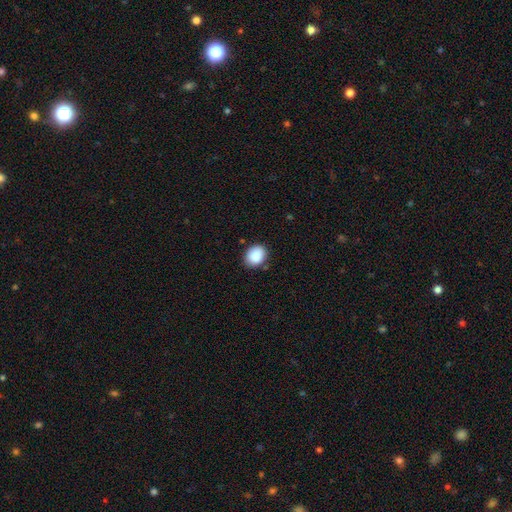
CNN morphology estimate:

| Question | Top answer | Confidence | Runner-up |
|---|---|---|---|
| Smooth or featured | smooth | 89% | star or artifact (8%) |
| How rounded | round | 50% | tied: in between (50%) |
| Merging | none | 83% | minor disturbance (13%) |